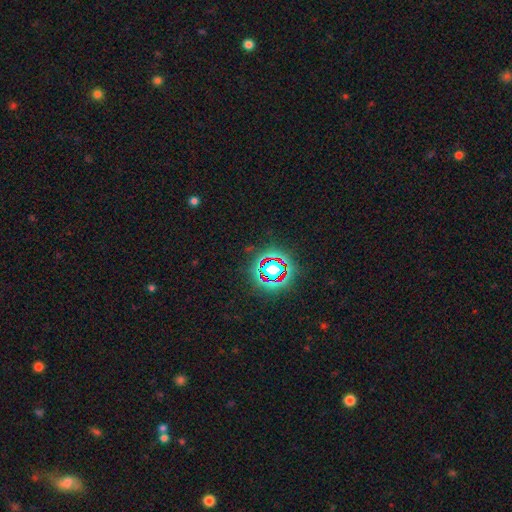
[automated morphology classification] This appears to be a star or artifact, not a galaxy (79%).